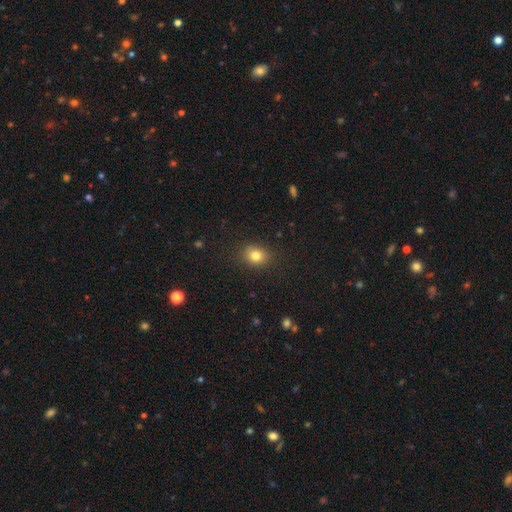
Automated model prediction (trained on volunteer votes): Q: Smooth or featured?
A: smooth (80%); runner-up: star or artifact (12%)
Q: How rounded?
A: round (54%); runner-up: in between (45%)
Q: Merging?
A: none (86%); runner-up: minor disturbance (10%)